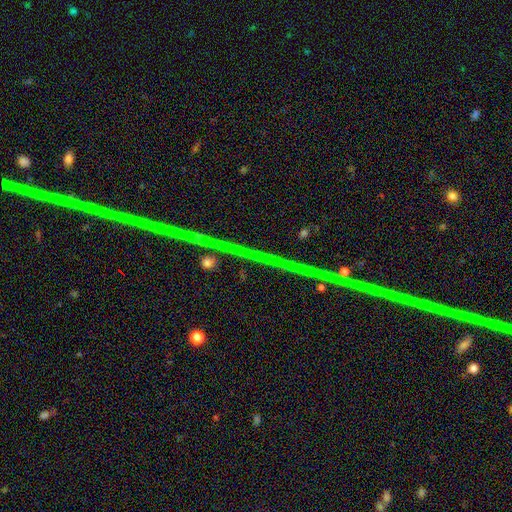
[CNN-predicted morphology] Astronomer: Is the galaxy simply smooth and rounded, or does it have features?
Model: star or artifact — 71%.